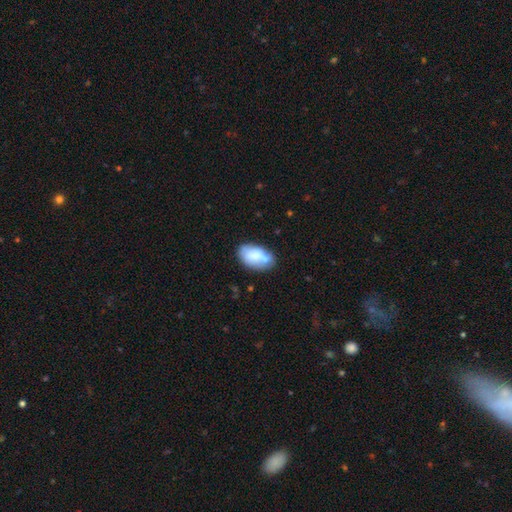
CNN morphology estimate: Overall: smooth (70%). How rounded: in between (93%). Merging: none (52%; minor disturbance 23%).